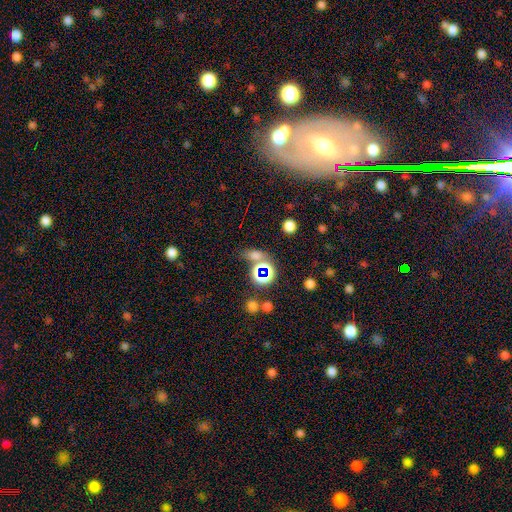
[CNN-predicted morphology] A smooth galaxy with no disk features (49%).

Vote fractions:
- Smooth or featured? smooth: 49% / star or artifact: 41% / featured or disk: 10%
- Merging? none: 63% / merger: 18% / minor disturbance: 12% / major disturbance: 7%